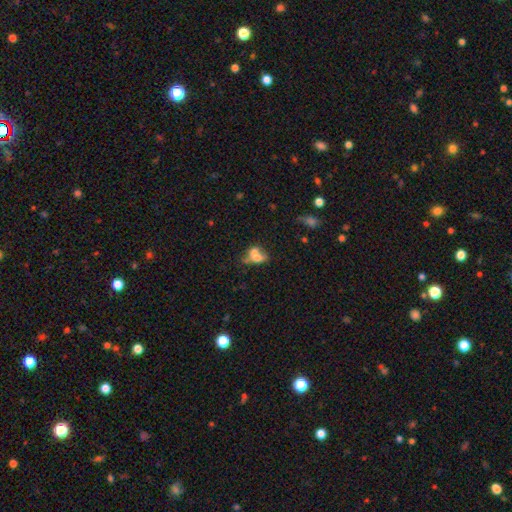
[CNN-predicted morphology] Smooth or featured? Predicted: smooth (p=0.62). How rounded? Predicted: in between (p=0.67). Merging? Predicted: merger (p=0.60).